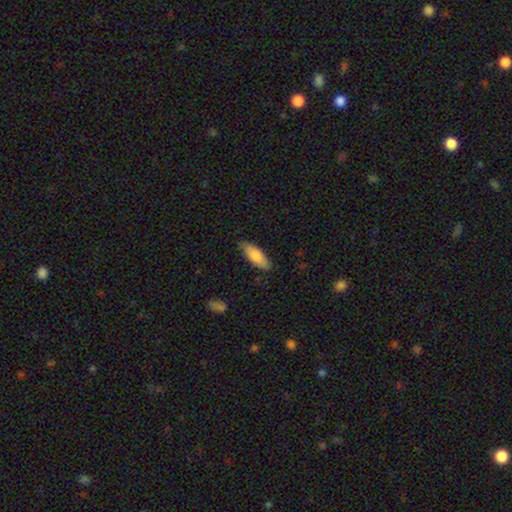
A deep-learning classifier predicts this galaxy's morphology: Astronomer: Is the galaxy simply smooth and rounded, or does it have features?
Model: smooth — 79%.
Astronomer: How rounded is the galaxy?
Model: in between — 63%.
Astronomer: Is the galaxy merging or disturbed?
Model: none — 82%.